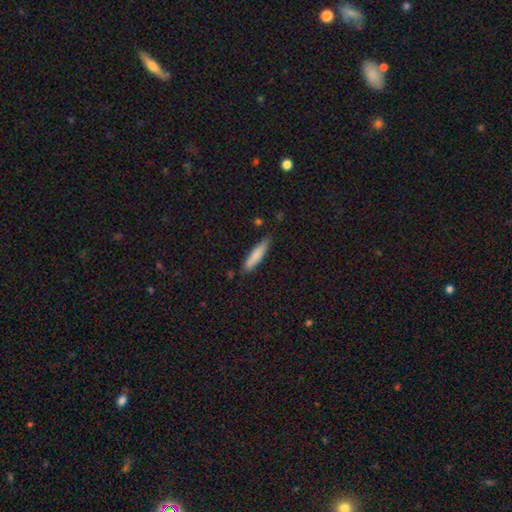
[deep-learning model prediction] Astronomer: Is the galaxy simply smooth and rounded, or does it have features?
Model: smooth — 80%.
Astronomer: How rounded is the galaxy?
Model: cigar-shaped — 83%.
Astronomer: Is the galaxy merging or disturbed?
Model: none — 81%.